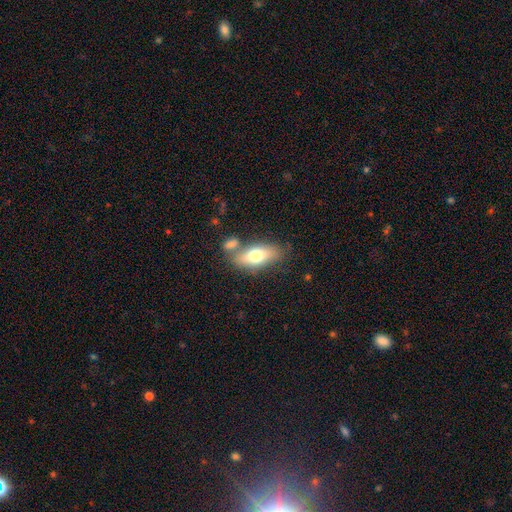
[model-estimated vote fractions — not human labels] Smooth or featured? Predicted: smooth (p=0.68). How rounded? Predicted: in between (p=0.80). Merging? Predicted: none (p=0.61).